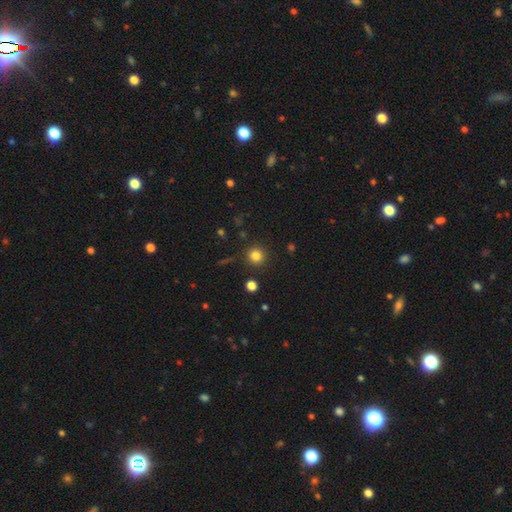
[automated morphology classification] A smooth galaxy with no disk features (82%) that is round (94%). Merging: none (89%).